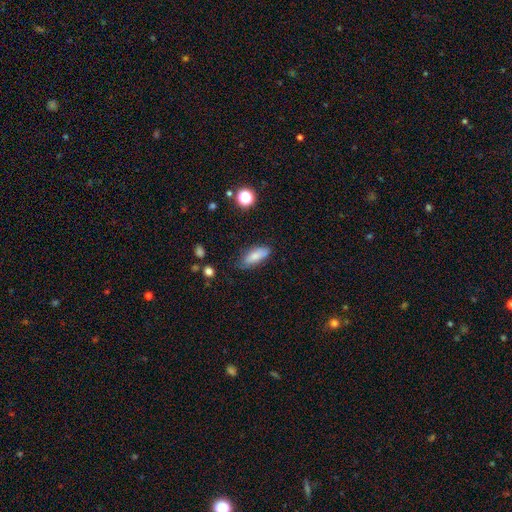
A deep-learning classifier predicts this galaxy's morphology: Smooth or featured? smooth (79%)
How rounded? in between (71%)
Merging? none (72%)